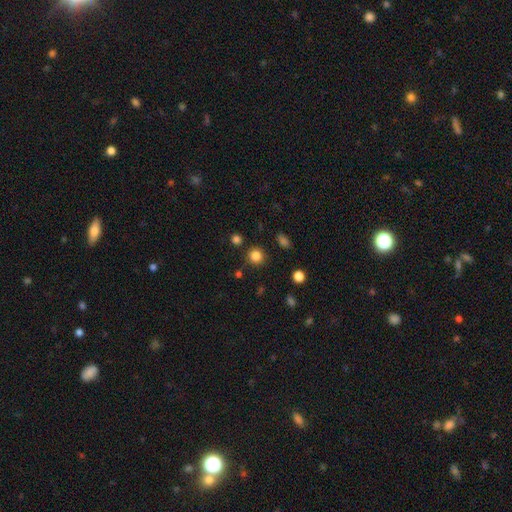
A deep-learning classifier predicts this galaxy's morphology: Smooth or featured? Predicted: smooth (p=0.83). How rounded? Predicted: round (p=0.92). Merging? Predicted: none (p=0.86).